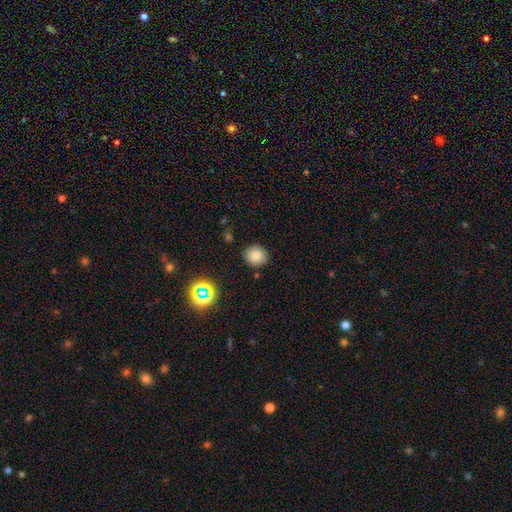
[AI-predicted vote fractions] A smooth galaxy with no disk features (77%) that is round (88%).

Vote fractions:
- Smooth or featured? smooth: 77% / star or artifact: 14% / featured or disk: 8%
- How rounded? round: 88% / in between: 11% / cigar-shaped: 1%
- Merging? none: 89% / minor disturbance: 8% / major disturbance: 2% / merger: 2%